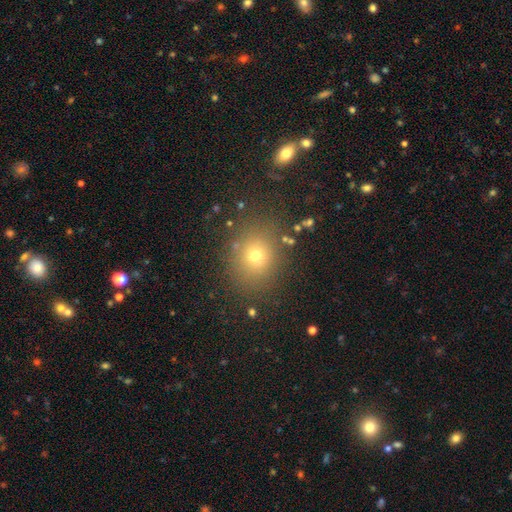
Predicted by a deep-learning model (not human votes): Q: Smooth or featured?
A: smooth (70%); runner-up: star or artifact (19%)
Q: How rounded?
A: round (67%); runner-up: in between (32%)
Q: Merging?
A: none (82%); runner-up: minor disturbance (11%)